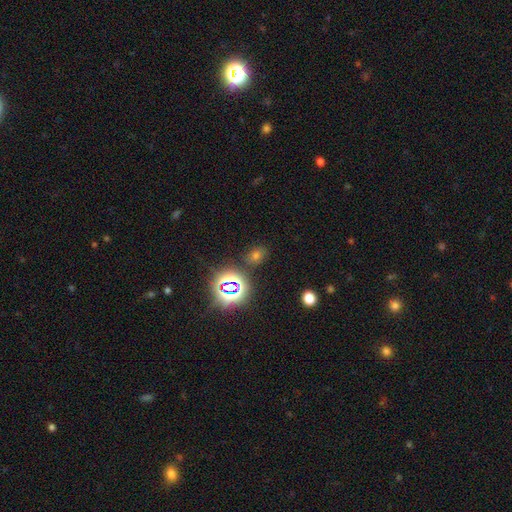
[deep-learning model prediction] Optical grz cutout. It shows a star or artifact, not a galaxy (47%).